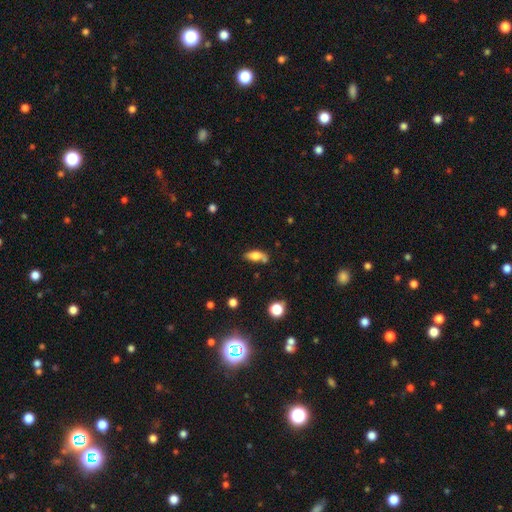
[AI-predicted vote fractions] smooth_or_featured: smooth (p=0.73) [alt: featured or disk p=0.18]
how_rounded: in between (p=0.80) [alt: cigar-shaped p=0.16]
merging: none (p=0.56) [alt: minor disturbance p=0.23]